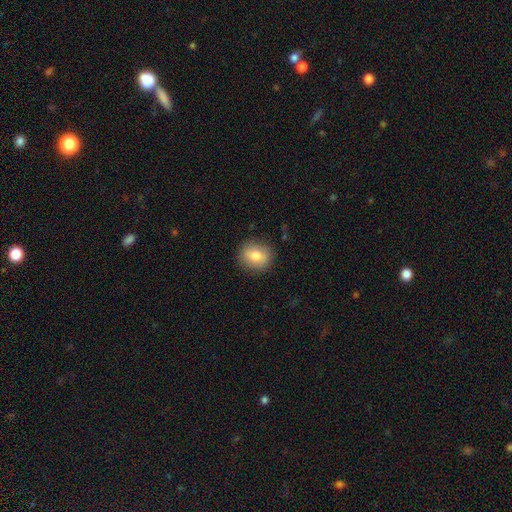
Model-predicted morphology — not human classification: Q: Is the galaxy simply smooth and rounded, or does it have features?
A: smooth — 80%.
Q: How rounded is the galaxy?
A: round — 74%.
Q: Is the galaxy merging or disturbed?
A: none — 87%.